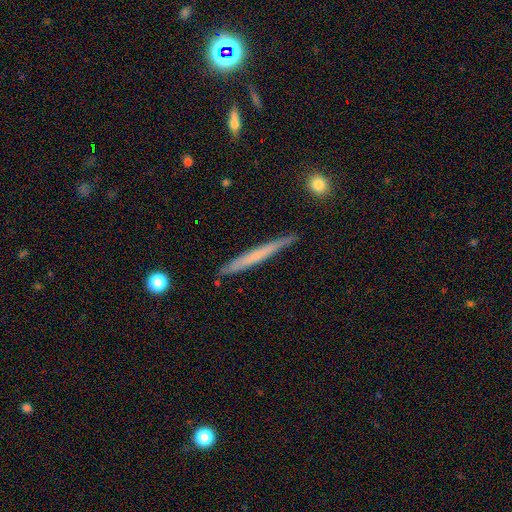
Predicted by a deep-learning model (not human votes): Overall: smooth (51%; featured or disk 43%). How rounded: cigar-shaped (97%). Merging: none (89%).